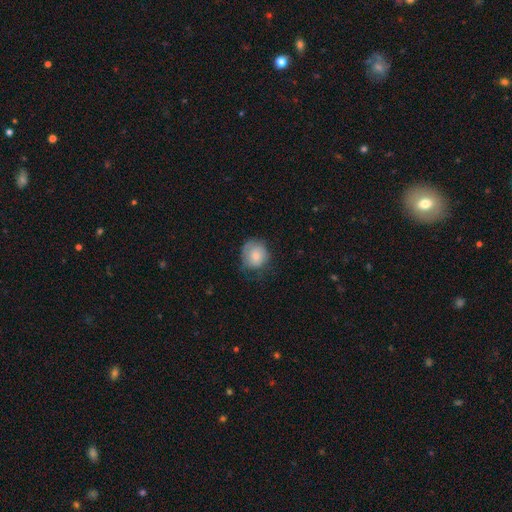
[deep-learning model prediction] A smooth galaxy with no disk features (76%) that is round (80%). Merging: none (56%).